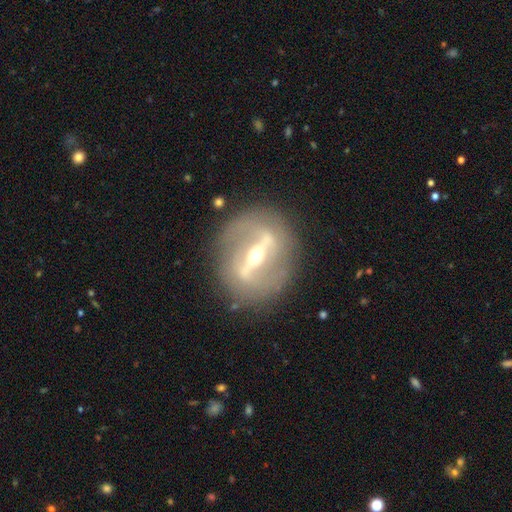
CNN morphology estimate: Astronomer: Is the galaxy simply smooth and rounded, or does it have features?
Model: featured or disk — 83%.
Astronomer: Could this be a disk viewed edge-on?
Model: no — 76%.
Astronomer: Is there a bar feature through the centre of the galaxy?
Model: strong — 84%.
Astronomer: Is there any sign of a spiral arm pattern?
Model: no — 64%.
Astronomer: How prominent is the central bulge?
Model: moderate — 48% (runner-up: small, 47%).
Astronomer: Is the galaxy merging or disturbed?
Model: none — 83%.